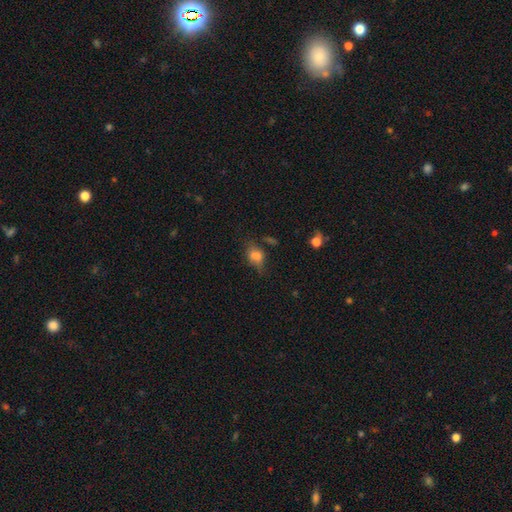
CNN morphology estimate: smooth-or-featured: smooth: 71% | featured or disk: 16% | star or artifact: 13%
  how-rounded: in between: 71% | round: 26% | cigar-shaped: 3%
  merging: none: 51% | minor disturbance: 30% | major disturbance: 15% | merger: 5%